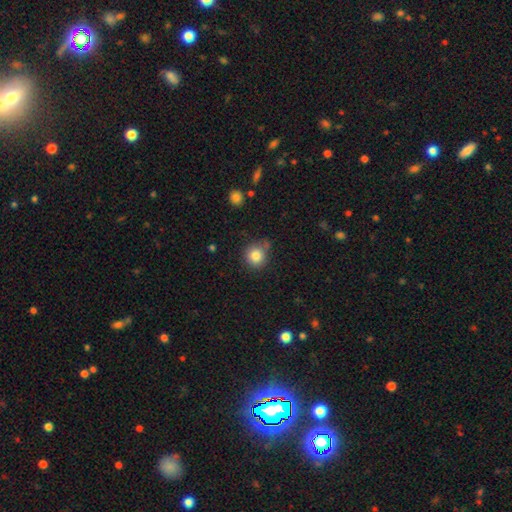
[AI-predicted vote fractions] The model was most divided on "merging": none: 73%, minor disturbance: 16%, merger: 7%, major disturbance: 4%. More confident: how rounded — round (88%); smooth or featured — smooth (83%).